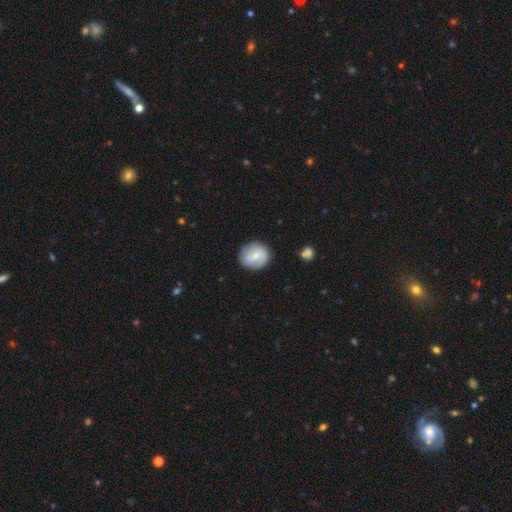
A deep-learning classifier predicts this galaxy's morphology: Smooth or featured? Predicted: smooth (p=0.56). How rounded? Predicted: round (p=0.76). Merging? Predicted: none (p=0.83).